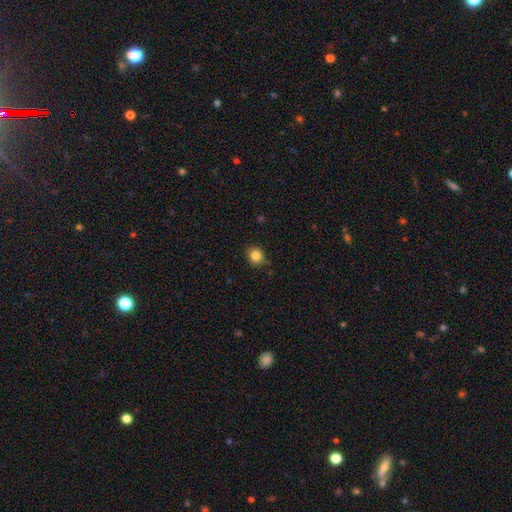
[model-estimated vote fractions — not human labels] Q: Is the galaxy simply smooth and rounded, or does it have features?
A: smooth — 84%.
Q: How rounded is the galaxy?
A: round — 84%.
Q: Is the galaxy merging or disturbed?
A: none — 86%.